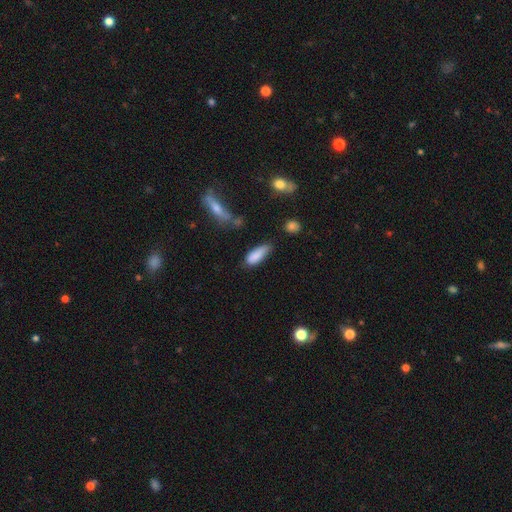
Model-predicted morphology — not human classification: Overall: smooth (84%). How rounded: in between (65%; cigar-shaped 33%). Merging: none (53%; minor disturbance 32%).